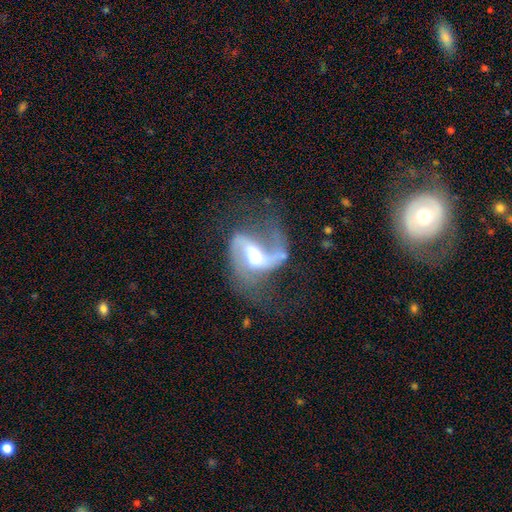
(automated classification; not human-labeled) smooth_or_featured: featured or disk (p=0.88) [alt: smooth p=0.06]
disk_edge_on: no (p=0.98) [alt: yes p=0.02]
bar: weak (p=0.48) [alt: strong p=0.26]
has_spiral_arms: yes (p=0.96) [alt: no p=0.04]
spiral_winding: loose (p=0.56) [alt: medium p=0.37]
spiral_arm_count: 2 (p=0.88) [alt: 1 p=0.07]
bulge_size: moderate (p=0.55) [alt: large p=0.24]
merging: none (p=0.51) [alt: major disturbance p=0.24]